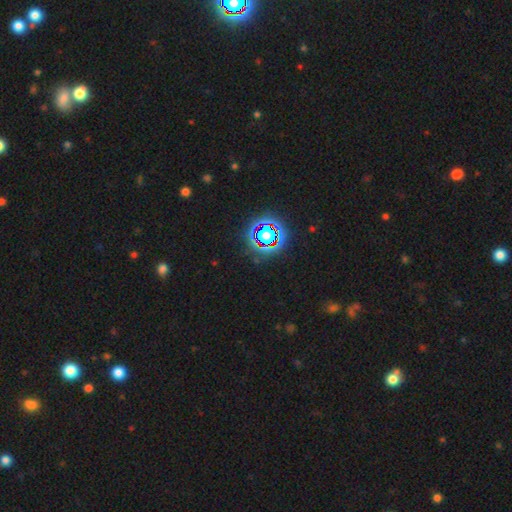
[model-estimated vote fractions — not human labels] star or artifact 79%, smooth 13%, featured or disk 8%.